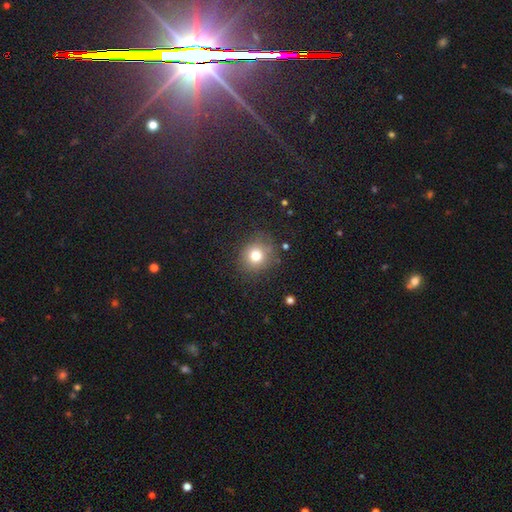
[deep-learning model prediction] A smooth galaxy with no disk features (77%) that is round (82%).

Vote fractions:
- Smooth or featured? smooth: 77% / star or artifact: 14% / featured or disk: 9%
- How rounded? round: 82% / in between: 17% / cigar-shaped: 1%
- Merging? none: 80% / minor disturbance: 13% / major disturbance: 5% / merger: 2%